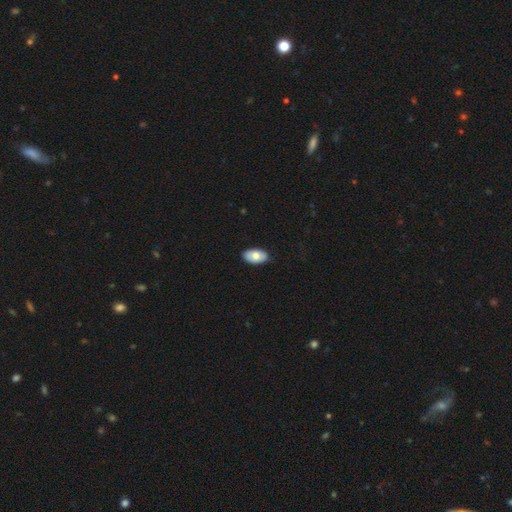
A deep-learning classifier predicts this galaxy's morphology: smooth_or_featured: smooth (p=0.72) [alt: featured or disk p=0.22]
how_rounded: in between (p=0.94) [alt: round p=0.04]
merging: none (p=0.86) [alt: minor disturbance p=0.11]